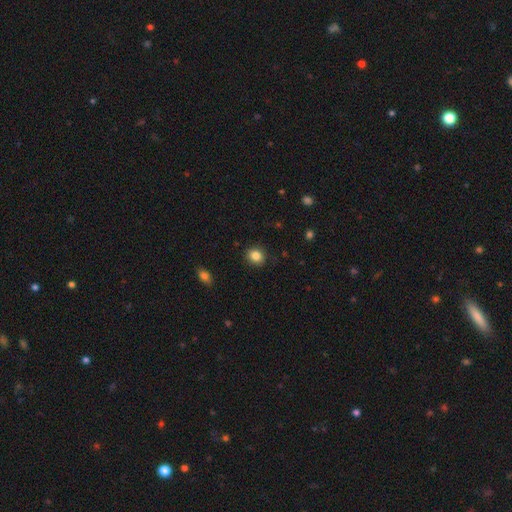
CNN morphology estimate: Q: Smooth or featured?
A: smooth (85%); runner-up: star or artifact (10%)
Q: How rounded?
A: round (70%); runner-up: in between (29%)
Q: Merging?
A: none (89%); runner-up: minor disturbance (8%)